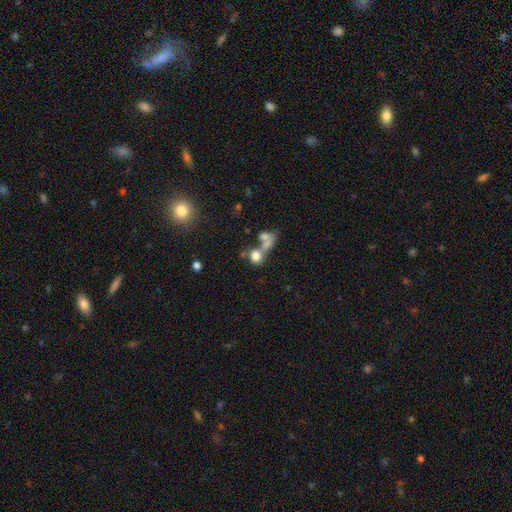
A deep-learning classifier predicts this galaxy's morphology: Smooth or featured?
  - smooth: 72% *
  - featured or disk: 15%
  - star or artifact: 13%
How rounded?
  - round: 66% *
  - in between: 31%
  - cigar-shaped: 3%
Merging?
  - merger: 53% *
  - none: 30%
  - major disturbance: 9%
  - minor disturbance: 8%